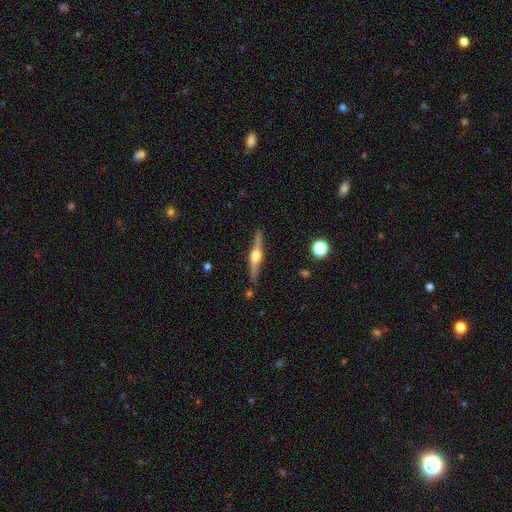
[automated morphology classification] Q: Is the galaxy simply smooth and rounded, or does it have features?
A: featured or disk — 81%.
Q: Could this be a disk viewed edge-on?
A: yes — 98%.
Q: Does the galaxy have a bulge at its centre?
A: rounded — 93%.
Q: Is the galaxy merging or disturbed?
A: none — 88%.